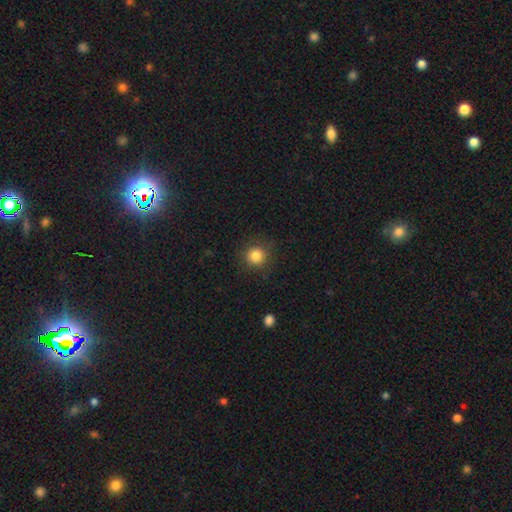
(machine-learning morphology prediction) This appears to be a smooth galaxy with no disk features (84%) that is round (93%). Merging: none (88%).